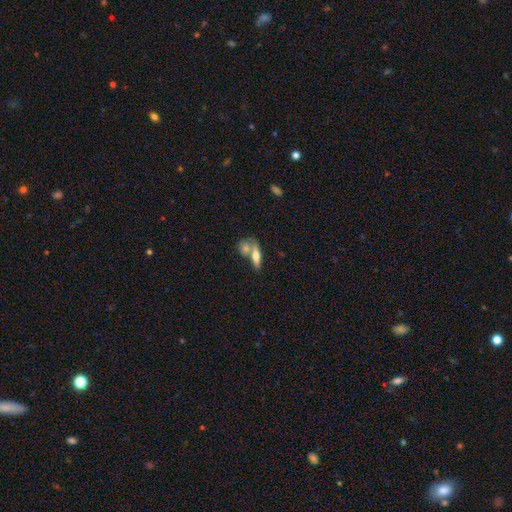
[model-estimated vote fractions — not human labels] smooth_or_featured: smooth (p=0.62) [alt: featured or disk p=0.31]
how_rounded: in between (p=0.52) [alt: cigar-shaped p=0.42]
merging: merger (p=0.43) [alt: none p=0.42]